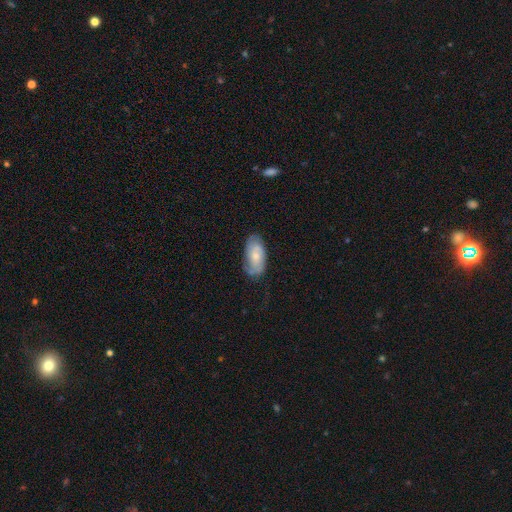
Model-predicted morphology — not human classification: A smooth galaxy with no disk features (49%). Merging: none (68%).